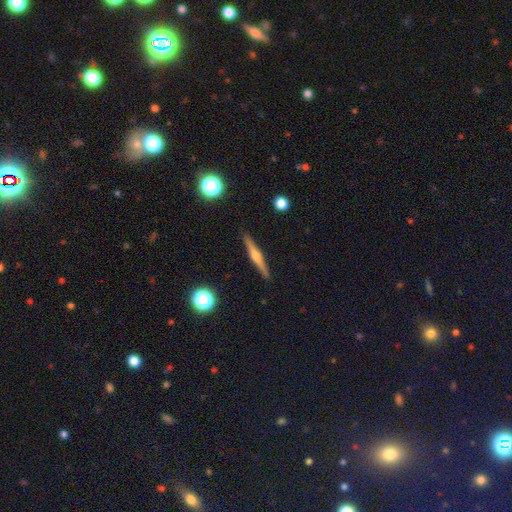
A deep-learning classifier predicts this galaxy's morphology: The model was most divided on "smooth or featured": featured or disk: 69%, smooth: 24%, star or artifact: 7%. More confident: edge-on disk — yes (98%); merging — none (92%); edge-on bulge — rounded (84%).